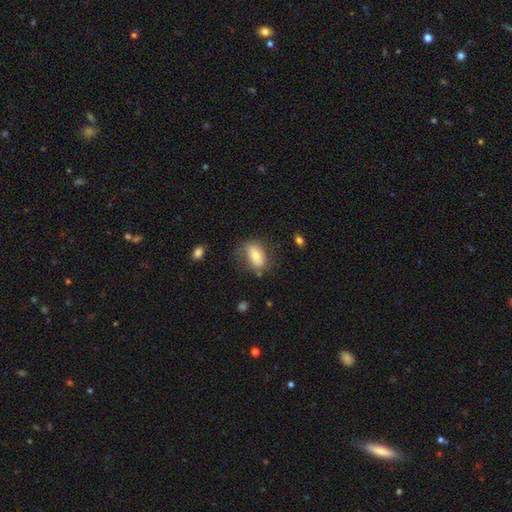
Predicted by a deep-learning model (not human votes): A smooth galaxy with no disk features (69%) that is in between round and cigar-shaped (87%).

Vote fractions:
- Smooth or featured? smooth: 69% / featured or disk: 23% / star or artifact: 8%
- How rounded? in between: 87% / round: 11% / cigar-shaped: 3%
- Merging? none: 60% / minor disturbance: 24% / major disturbance: 13% / merger: 3%